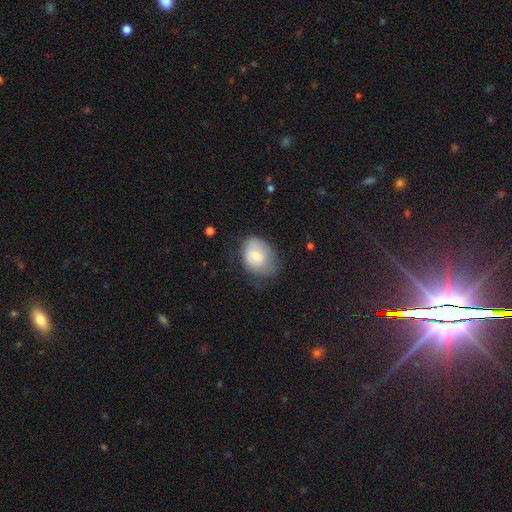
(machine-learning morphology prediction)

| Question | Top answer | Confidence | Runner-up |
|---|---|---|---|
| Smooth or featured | smooth | 71% | featured or disk (21%) |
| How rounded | in between | 67% | round (32%) |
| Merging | none | 44% | minor disturbance (37%) |